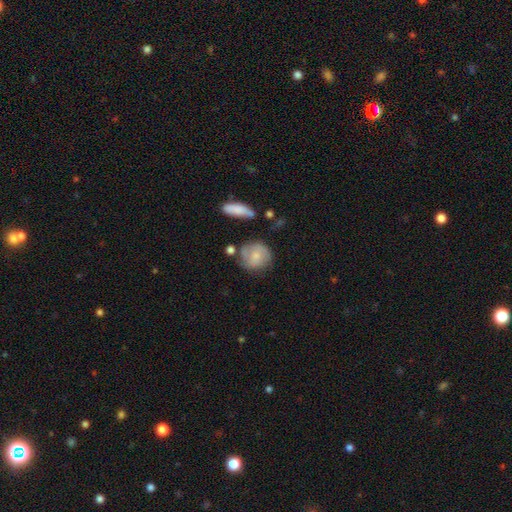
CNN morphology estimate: This appears to be a smooth galaxy with no disk features (65%) that is round (83%). Merging: none (60%).